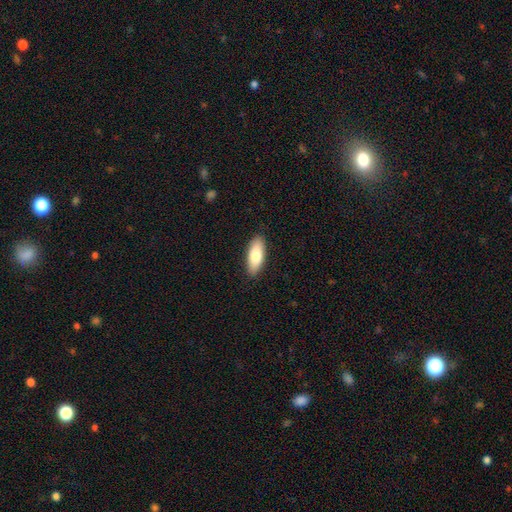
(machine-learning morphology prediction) Overall: smooth (79%). How rounded: in between (74%). Merging: none (89%).